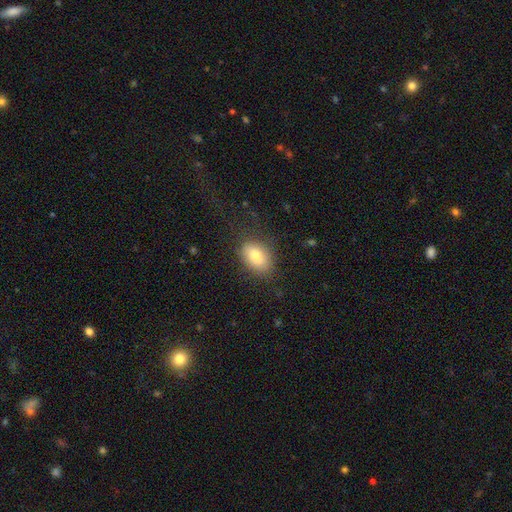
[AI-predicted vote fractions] This is likely a smooth galaxy (79%). How rounded: clearly in between (83%). Merging: likely none (77%).